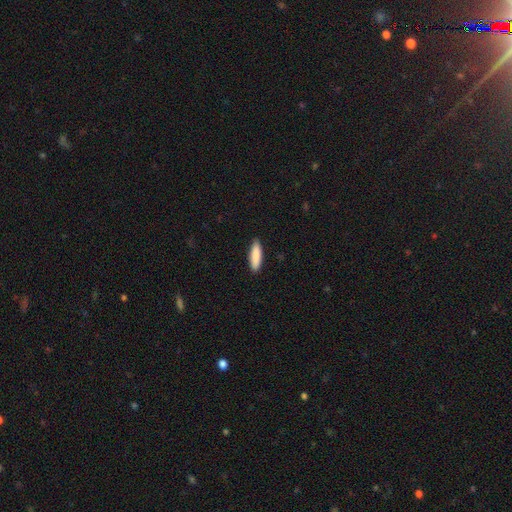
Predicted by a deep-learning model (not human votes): The model was most divided on "how rounded": cigar-shaped: 63%, in between: 35%, round: 1%. More confident: merging — none (89%); smooth or featured — smooth (88%).